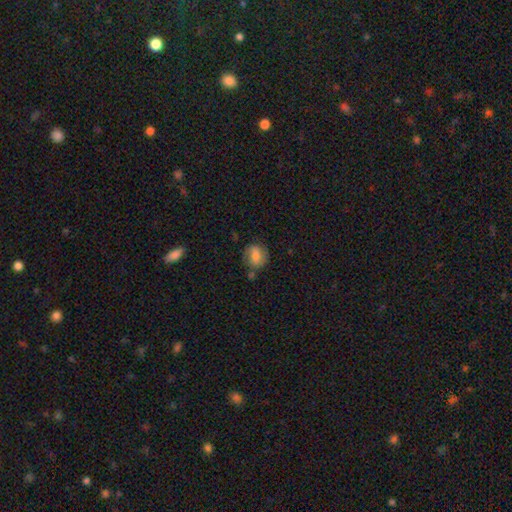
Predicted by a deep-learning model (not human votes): This appears to be a smooth galaxy with no disk features (66%) that is round (65%). Merging: none (65%).